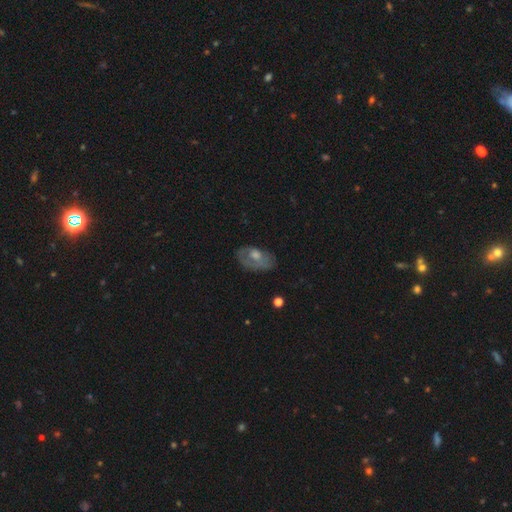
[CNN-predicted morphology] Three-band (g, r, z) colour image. It shows a featured or disk galaxy (48%). Merging: none (59%).